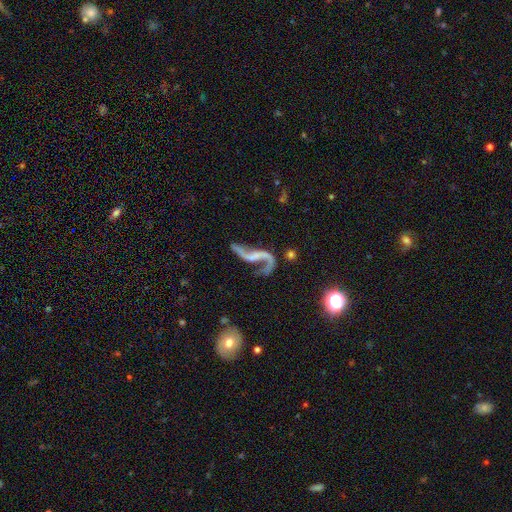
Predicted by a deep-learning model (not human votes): Smooth or featured?
  - featured or disk: 88% *
  - star or artifact: 6%
  - smooth: 6%
Edge-on disk?
  - no: 94% *
  - yes: 6%
Bar?
  - no: 44% *
  - weak: 34%
  - strong: 23%
Spiral arms?
  - yes: 94% *
  - no: 6%
Spiral winding?
  - loose: 89% *
  - medium: 8%
  - tight: 2%
Spiral arm count?
  - 2: 90% *
  - 1: 6%
  - can't tell: 2%
  - 3: 1%
  - 4: 1%
  - more than 4: 1%
Bulge size?
  - none: 49% *
  - small: 37%
  - moderate: 10%
  - large: 2%
  - dominant: 1%
Merging?
  - none: 54% *
  - major disturbance: 21%
  - minor disturbance: 18%
  - merger: 7%